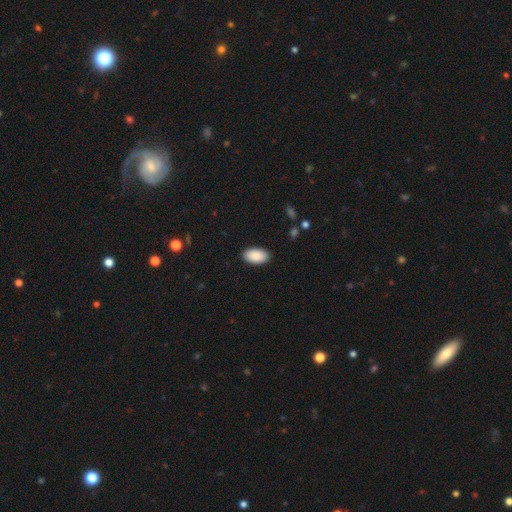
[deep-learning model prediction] Overall: smooth (91%). How rounded: in between (95%). Merging: none (89%).